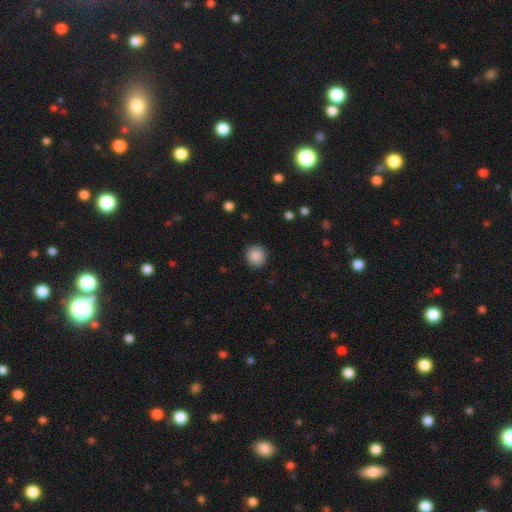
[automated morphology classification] type=smooth (89%); roundness=round (93%); merging=none (91%).